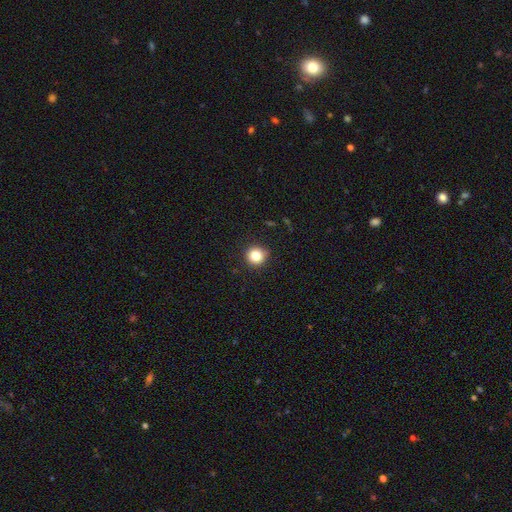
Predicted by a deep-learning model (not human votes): A smooth galaxy with no disk features (83%) that is round (93%). Merging: none (90%).